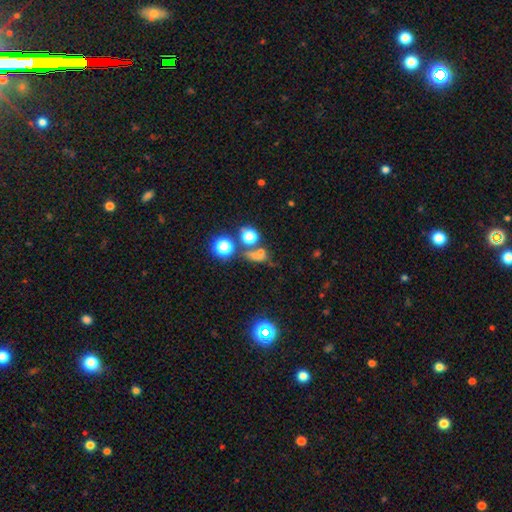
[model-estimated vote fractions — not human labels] Q: Smooth or featured?
A: smooth (49%); runner-up: star or artifact (36%)
Q: Merging?
A: none (51%); runner-up: merger (25%)